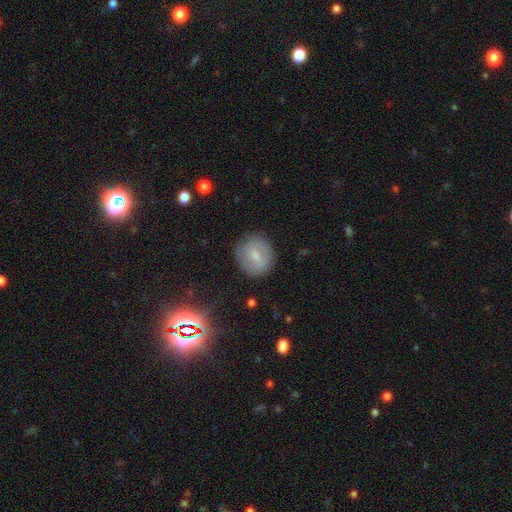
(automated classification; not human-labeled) smooth-or-featured: smooth: 63% | featured or disk: 27% | star or artifact: 10%
  how-rounded: round: 84% | in between: 15% | cigar-shaped: 1%
  merging: none: 85% | minor disturbance: 11% | major disturbance: 3% | merger: 1%